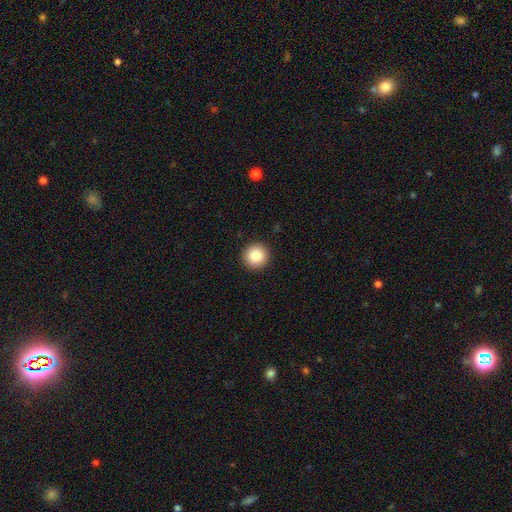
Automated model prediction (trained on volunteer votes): Morphology: type=smooth (88%); roundness=round (96%); merging=none (93%).